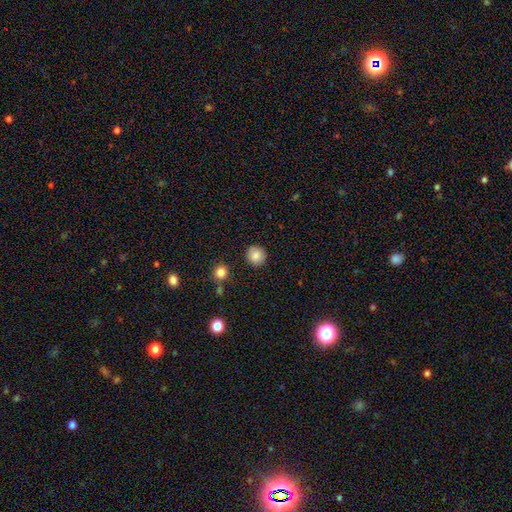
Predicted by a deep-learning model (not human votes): Smooth or featured?
  - smooth: 86% *
  - star or artifact: 9%
  - featured or disk: 5%
How rounded?
  - round: 91% *
  - in between: 8%
  - cigar-shaped: 1%
Merging?
  - none: 90% *
  - minor disturbance: 6%
  - major disturbance: 2%
  - merger: 2%